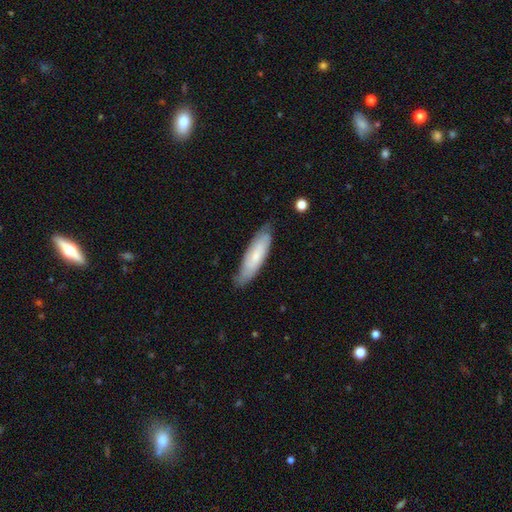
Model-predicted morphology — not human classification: A smooth galaxy with no disk features (50%) that is cigar-shaped (61%).

Vote fractions:
- Smooth or featured? smooth: 50% / featured or disk: 44% / star or artifact: 6%
- How rounded? cigar-shaped: 61% / in between: 37% / round: 1%
- Merging? none: 75% / minor disturbance: 20% / major disturbance: 4% / merger: 1%